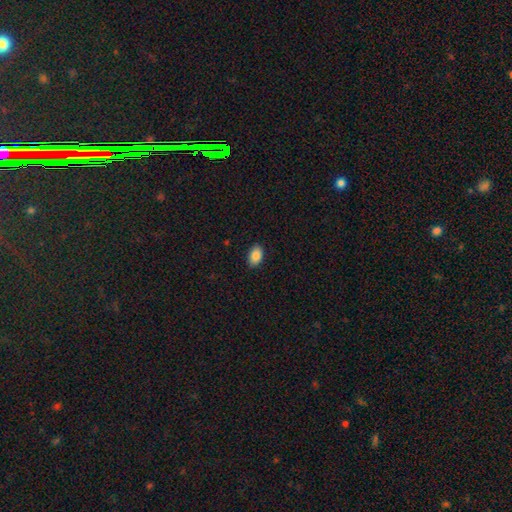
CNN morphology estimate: Overall: smooth (87%). How rounded: in between (90%). Merging: none (88%).